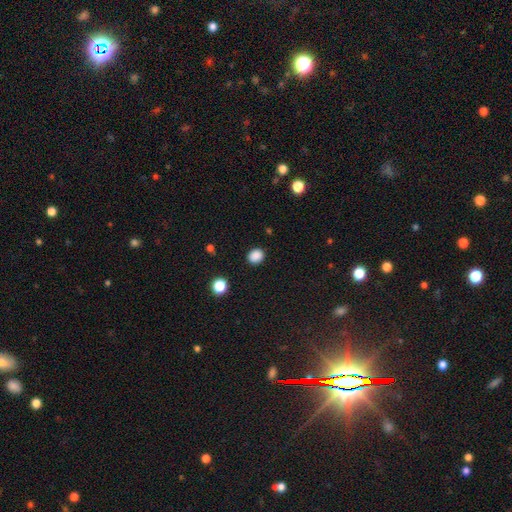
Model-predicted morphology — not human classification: A smooth galaxy with no disk features (87%) that is round (69%). Merging: none (89%).